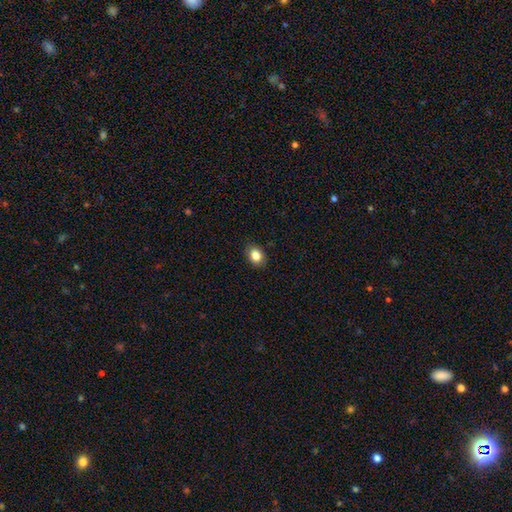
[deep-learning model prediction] The model was most divided on "how rounded": in between: 55%, round: 44%, cigar-shaped: 1%. More confident: merging — none (88%); smooth or featured — smooth (84%).